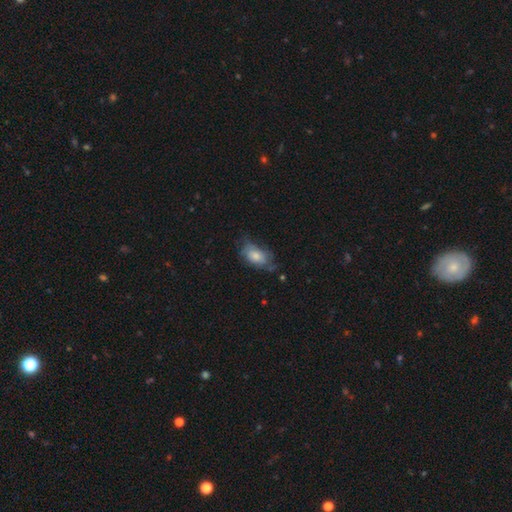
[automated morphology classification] Smooth or featured: smooth — 65% (featured or disk — 27%)
How rounded: in between — 90% (round — 7%)
Merging: none — 44% (minor disturbance — 34%)